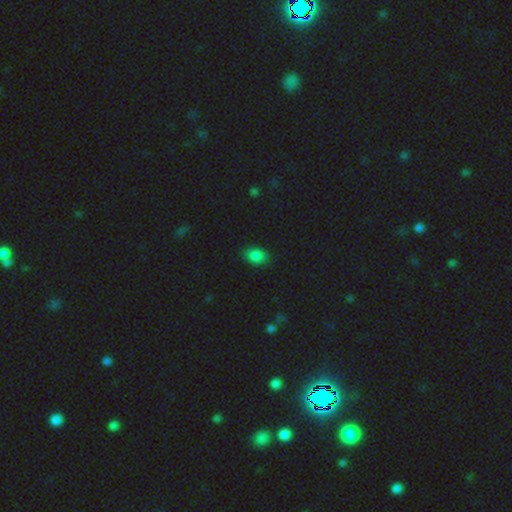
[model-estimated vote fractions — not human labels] Morphology: type=smooth (82%); roundness=in between (78%); merging=none (86%).